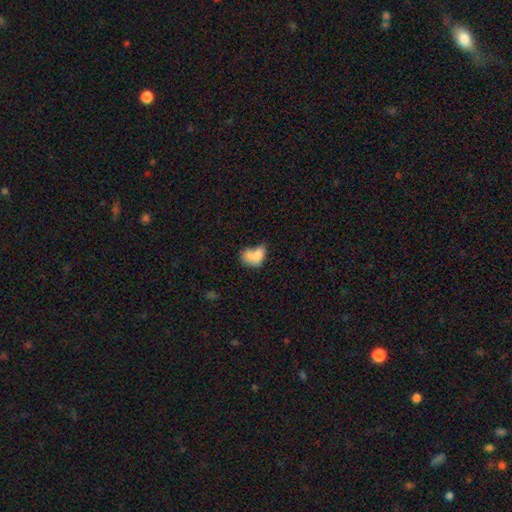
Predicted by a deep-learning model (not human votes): Overall: smooth (71%). How rounded: in between (77%). Merging: merger (52%; none 20%).